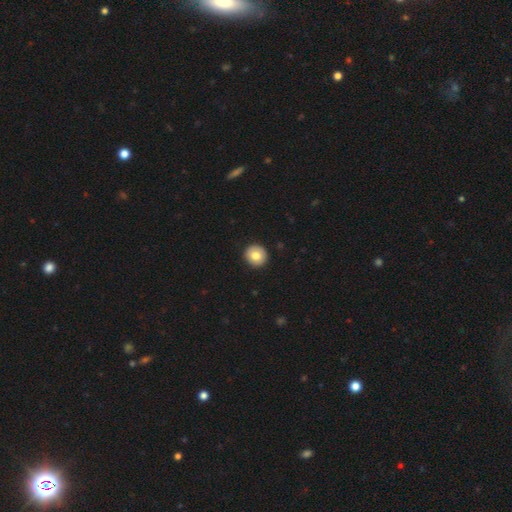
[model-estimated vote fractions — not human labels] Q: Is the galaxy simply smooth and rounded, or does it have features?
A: smooth — 80%.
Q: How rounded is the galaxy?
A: round — 93%.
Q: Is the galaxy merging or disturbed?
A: none — 92%.